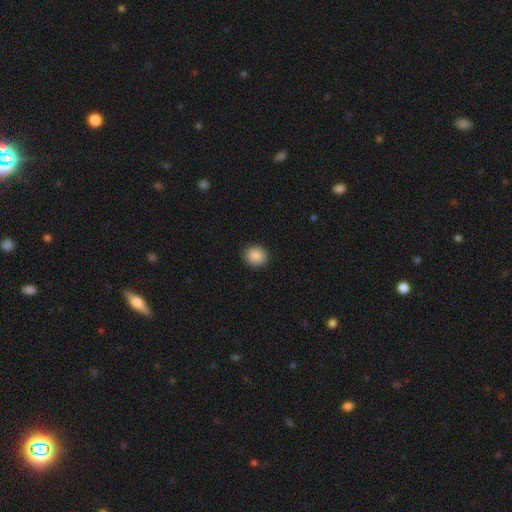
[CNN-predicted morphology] Smooth or featured? Predicted: smooth (p=0.88). How rounded? Predicted: round (p=0.81). Merging? Predicted: none (p=0.91).